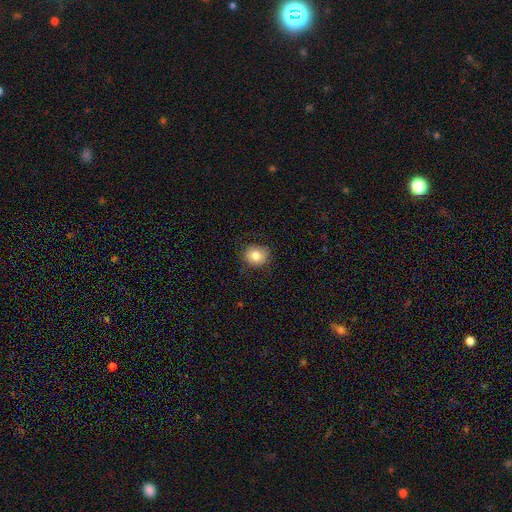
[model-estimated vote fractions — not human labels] This is clearly a smooth galaxy (80%). How rounded: likely round (80%). Merging: likely none (79%).